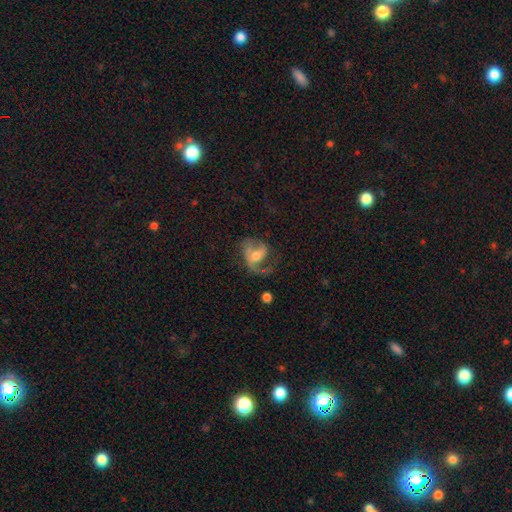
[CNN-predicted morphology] Q: Smooth or featured?
A: featured or disk (71%); runner-up: smooth (21%)
Q: Edge-on disk?
A: no (97%); runner-up: yes (3%)
Q: Bar?
A: no (45%); runner-up: weak (39%)
Q: Spiral arms?
A: yes (87%); runner-up: no (13%)
Q: Spiral winding?
A: loose (43%); runner-up: medium (42%)
Q: Spiral arm count?
A: 2 (54%); runner-up: 1 (31%)
Q: Bulge size?
A: moderate (62%); runner-up: small (25%)
Q: Merging?
A: none (42%); runner-up: major disturbance (35%)